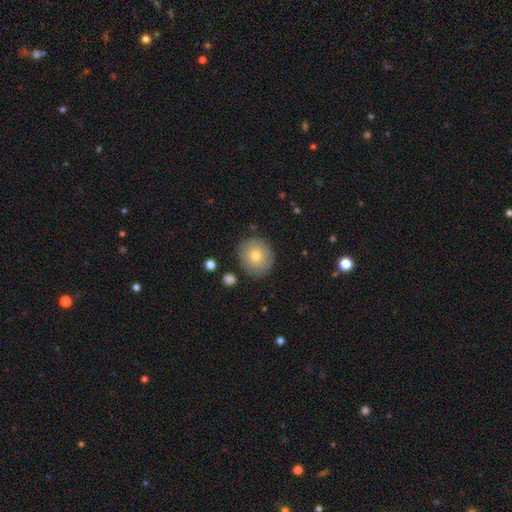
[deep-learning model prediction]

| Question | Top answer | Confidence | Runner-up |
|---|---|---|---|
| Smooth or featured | smooth | 73% | featured or disk (18%) |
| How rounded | round | 84% | in between (15%) |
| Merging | none | 85% | minor disturbance (10%) |